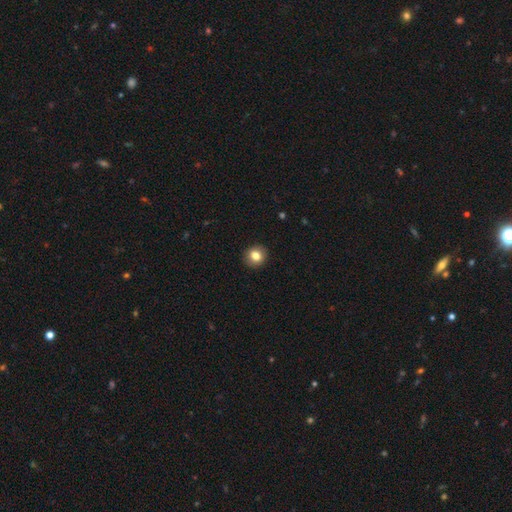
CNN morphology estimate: smooth_or_featured: smooth (p=0.83) [alt: star or artifact p=0.10]
how_rounded: round (p=0.87) [alt: in between p=0.12]
merging: none (p=0.92) [alt: minor disturbance p=0.06]